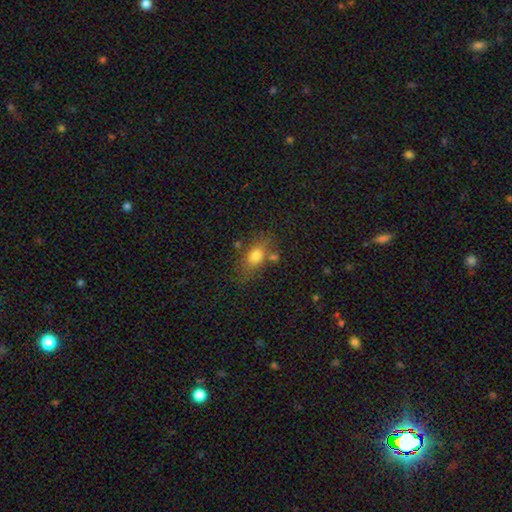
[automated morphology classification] A smooth galaxy with no disk features (76%) that is in between round and cigar-shaped (76%).

Vote fractions:
- Smooth or featured? smooth: 76% / featured or disk: 14% / star or artifact: 11%
- How rounded? in between: 76% / round: 17% / cigar-shaped: 7%
- Merging? none: 64% / minor disturbance: 19% / merger: 11% / major disturbance: 7%